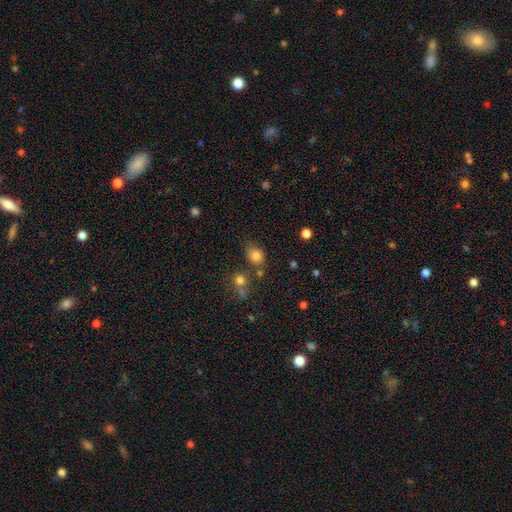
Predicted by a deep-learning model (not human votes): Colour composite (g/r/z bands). It shows a smooth galaxy with no disk features (81%) that is round (53%). Merging: none (65%).